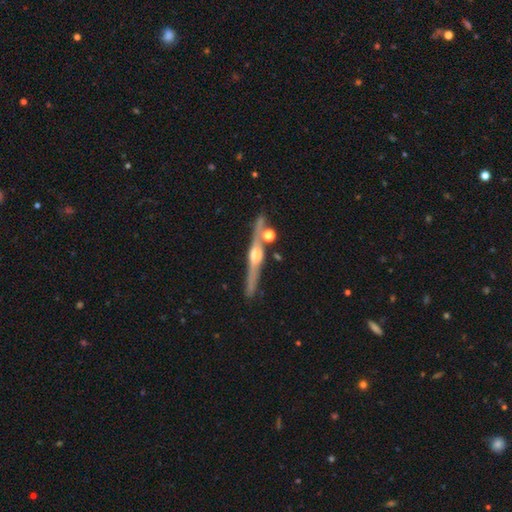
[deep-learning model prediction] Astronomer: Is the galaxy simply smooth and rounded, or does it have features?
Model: featured or disk — 81%.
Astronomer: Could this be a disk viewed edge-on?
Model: yes — 97%.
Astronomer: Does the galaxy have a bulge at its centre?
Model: rounded — 90%.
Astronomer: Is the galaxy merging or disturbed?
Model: none — 80%.